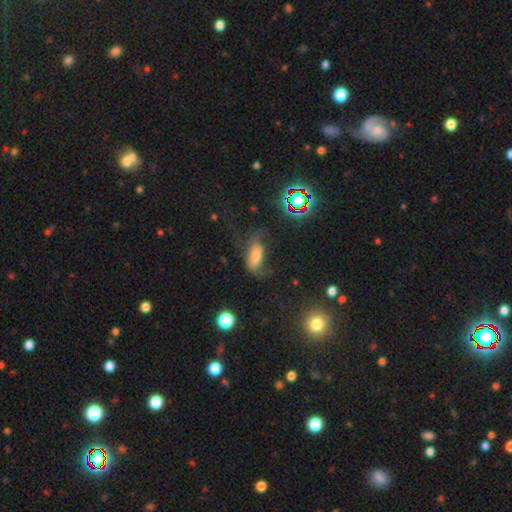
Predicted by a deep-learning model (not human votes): smooth-or-featured: smooth: 49% | featured or disk: 35% | star or artifact: 16%
  merging: none: 42% | major disturbance: 32% | minor disturbance: 23% | merger: 3%